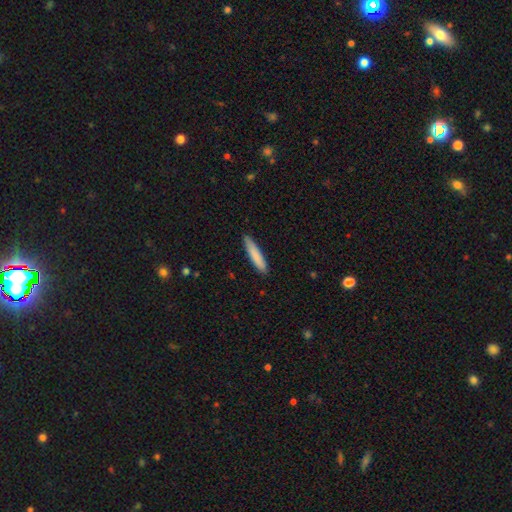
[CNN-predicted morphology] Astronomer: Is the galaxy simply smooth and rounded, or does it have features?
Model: smooth — 84%.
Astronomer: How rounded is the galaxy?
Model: cigar-shaped — 88%.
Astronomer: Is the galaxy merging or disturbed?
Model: none — 87%.